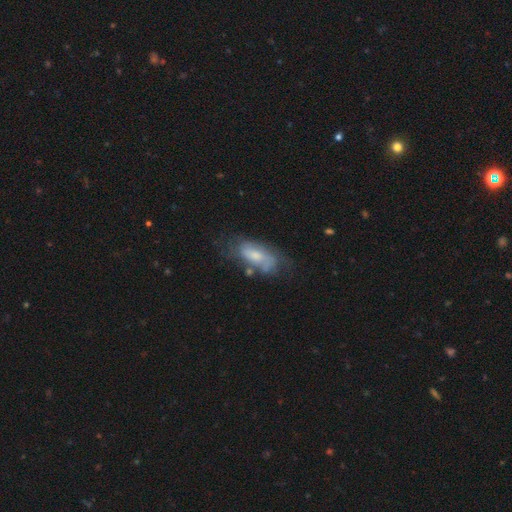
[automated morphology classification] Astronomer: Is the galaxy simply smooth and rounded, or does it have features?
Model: featured or disk — 50% (runner-up: smooth, 42%).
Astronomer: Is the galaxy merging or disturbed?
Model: none — 51% (runner-up: minor disturbance, 27%).